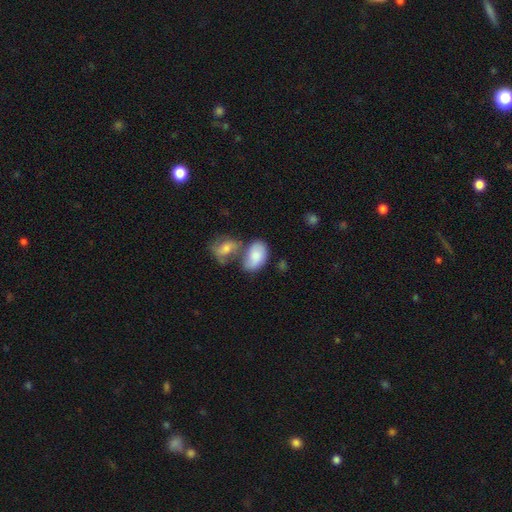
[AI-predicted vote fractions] Q: Smooth or featured?
A: smooth (77%); runner-up: featured or disk (17%)
Q: How rounded?
A: in between (91%); runner-up: round (7%)
Q: Merging?
A: merger (40%); runner-up: none (35%)